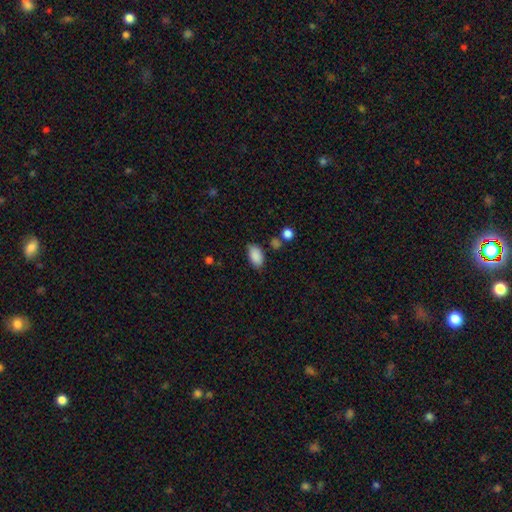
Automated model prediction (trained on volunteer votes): This appears to be a smooth galaxy with no disk features (88%) that is in between round and cigar-shaped (92%). Merging: none (75%).